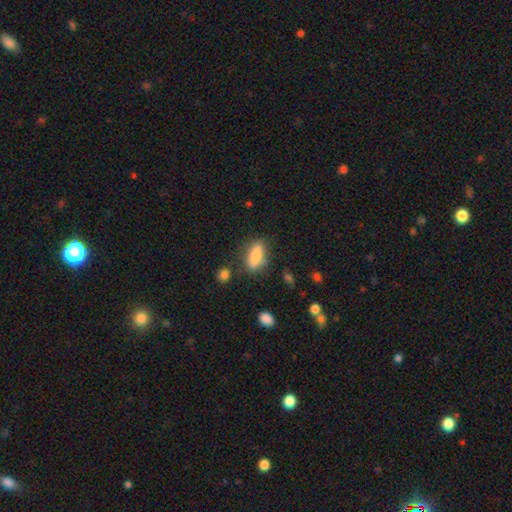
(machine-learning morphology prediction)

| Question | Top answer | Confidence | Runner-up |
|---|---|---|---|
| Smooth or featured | smooth | 80% | featured or disk (13%) |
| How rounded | in between | 67% | cigar-shaped (30%) |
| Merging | none | 75% | minor disturbance (16%) |